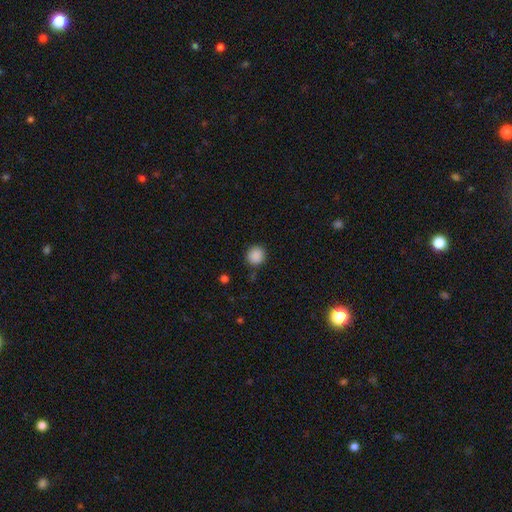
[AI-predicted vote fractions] A smooth galaxy with no disk features (88%) that is round (90%). Merging: none (87%).